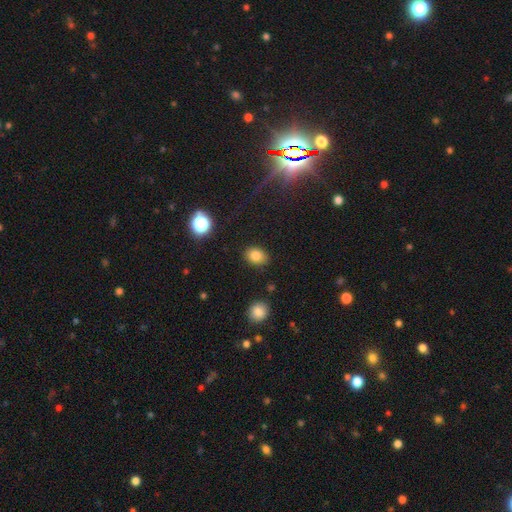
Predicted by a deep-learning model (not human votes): This is clearly a smooth galaxy (81%). How rounded: likely in between (61%). Merging: clearly none (85%).